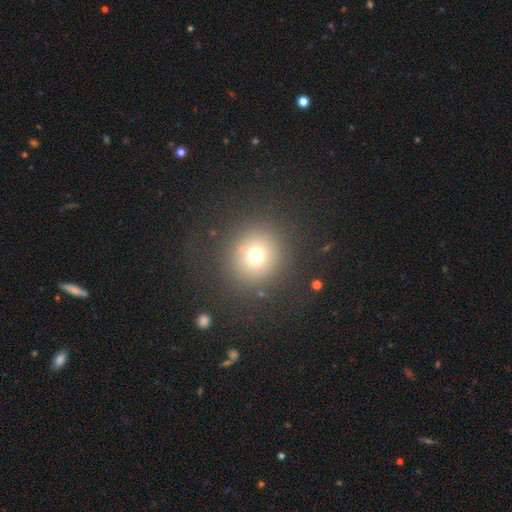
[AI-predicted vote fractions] Smooth or featured: smooth — 70% (star or artifact — 18%)
How rounded: round — 92% (in between — 7%)
Merging: none — 85% (minor disturbance — 8%)